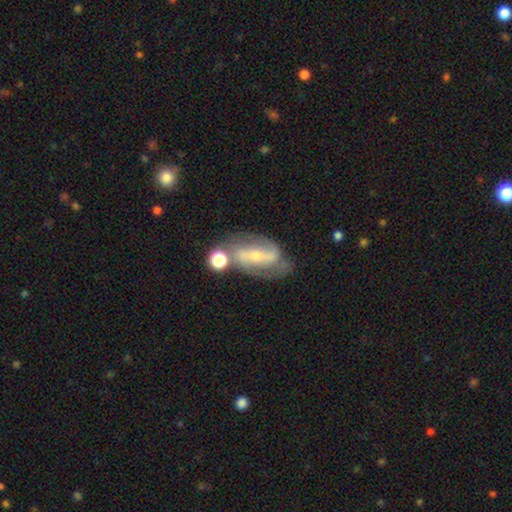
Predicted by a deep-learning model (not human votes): This is likely a featured or disk galaxy (77%). It is clearly not viewed edge-on (92%). Bar: possibly strong (55%). Spiral arm pattern: clearly yes (86%). Spiral arm count: clearly 2 (82%). Spiral winding: marginally medium (45%). Central bulge: likely small (61%). Merging: possibly none (57%).